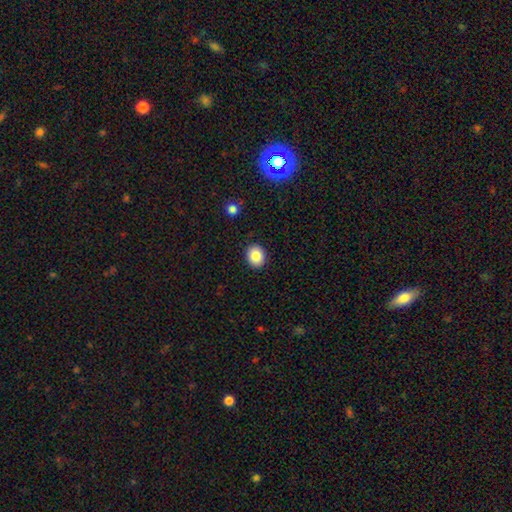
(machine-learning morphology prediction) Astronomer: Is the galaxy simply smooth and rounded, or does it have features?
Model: smooth — 84%.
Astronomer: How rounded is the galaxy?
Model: round — 59% (runner-up: in between, 40%).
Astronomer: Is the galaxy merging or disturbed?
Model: none — 90%.